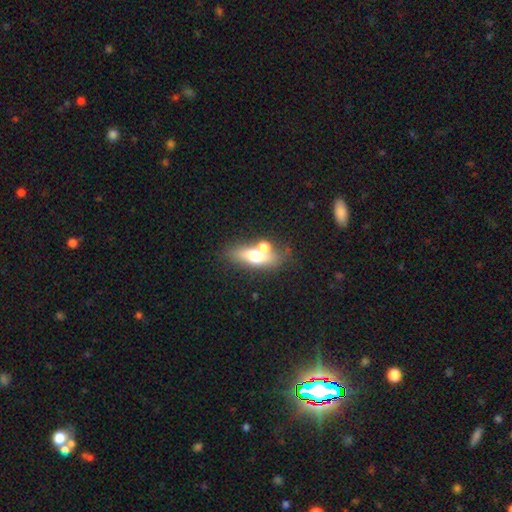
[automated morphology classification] smooth-or-featured: smooth: 53% | featured or disk: 36% | star or artifact: 11%
  how-rounded: in between: 61% | cigar-shaped: 26% | round: 13%
  merging: none: 50% | merger: 33% | minor disturbance: 11% | major disturbance: 6%